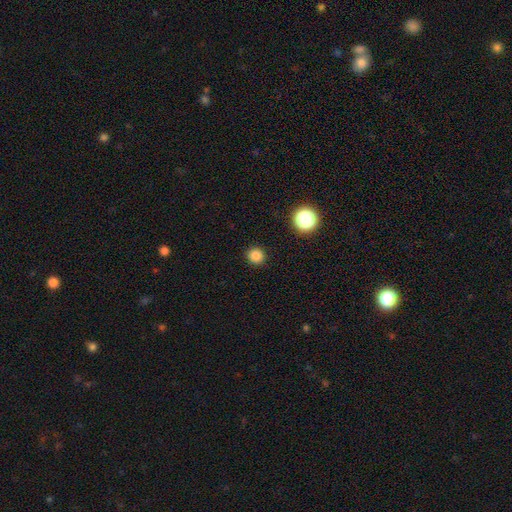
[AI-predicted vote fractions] Morphology: type=smooth (83%); roundness=round (92%); merging=none (92%).